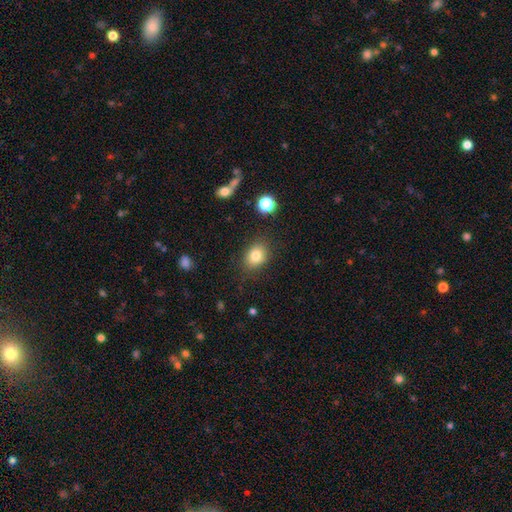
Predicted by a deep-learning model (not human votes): Smooth or featured? smooth (81%)
How rounded? in between (58%)
Merging? none (82%)